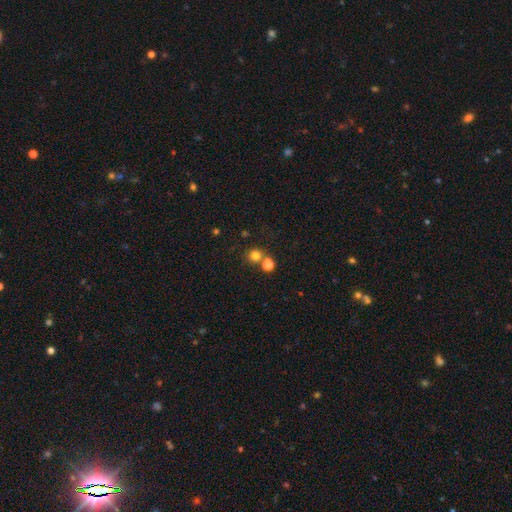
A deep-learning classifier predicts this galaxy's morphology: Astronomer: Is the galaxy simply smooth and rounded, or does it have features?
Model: smooth — 77%.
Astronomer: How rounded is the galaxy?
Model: round — 90%.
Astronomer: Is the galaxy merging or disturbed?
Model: none — 64%.